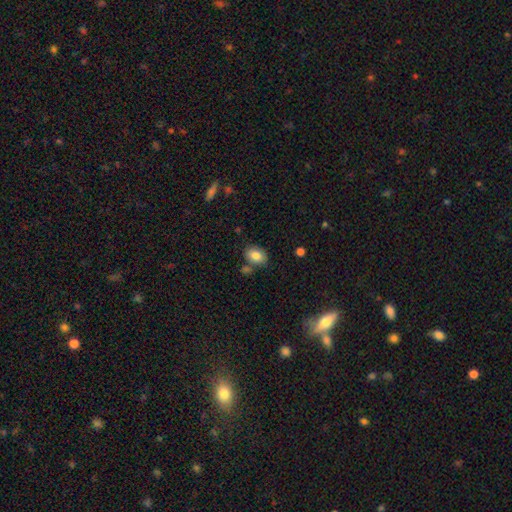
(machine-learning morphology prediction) Q: Smooth or featured?
A: smooth (83%); runner-up: featured or disk (8%)
Q: How rounded?
A: in between (74%); runner-up: round (25%)
Q: Merging?
A: none (73%); runner-up: minor disturbance (14%)